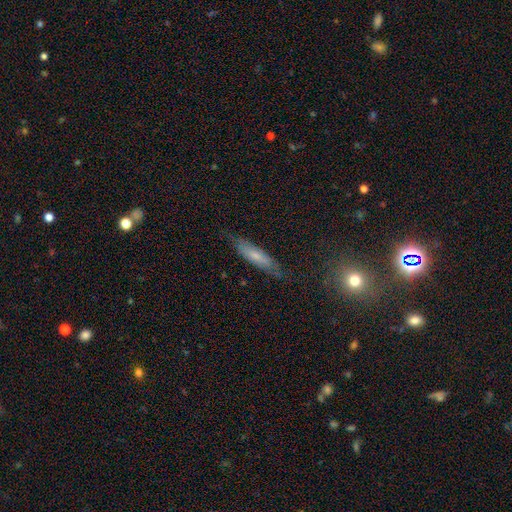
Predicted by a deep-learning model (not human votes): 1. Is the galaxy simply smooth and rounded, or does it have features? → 54% smooth, 39% featured or disk, 8% star or artifact.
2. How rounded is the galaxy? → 69% cigar-shaped, 29% in between, 2% round.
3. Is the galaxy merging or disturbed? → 72% none, 21% minor disturbance, 6% major disturbance, 2% merger.